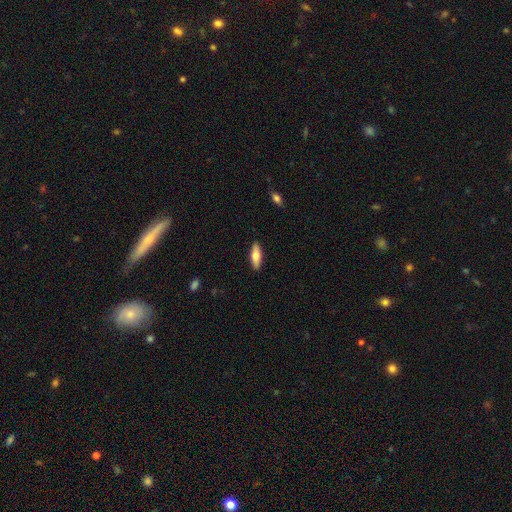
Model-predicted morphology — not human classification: smooth 71%, featured or disk 24%, star or artifact 6%. Down the decision tree: how rounded — in between (58%); merging — none (89%).